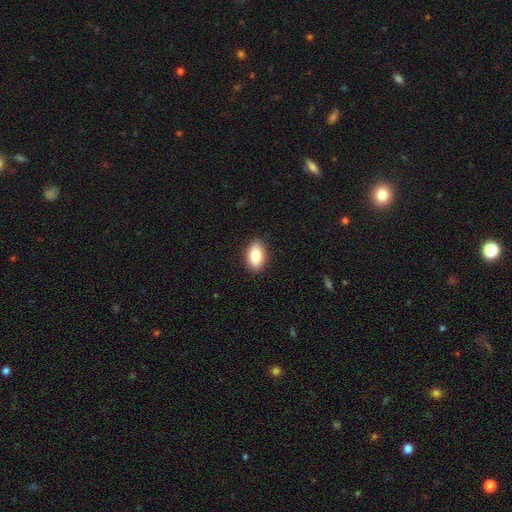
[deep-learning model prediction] This appears to be a smooth galaxy with no disk features (85%) that is in between round and cigar-shaped (92%). Merging: none (89%).